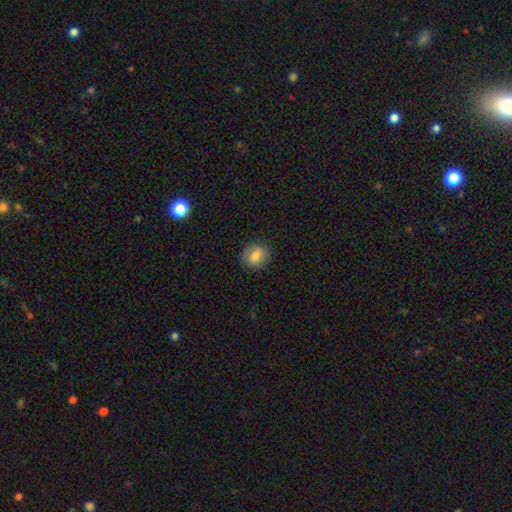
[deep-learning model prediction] smooth_or_featured: smooth (p=0.70) [alt: featured or disk p=0.21]
how_rounded: round (p=0.68) [alt: in between p=0.31]
merging: none (p=0.82) [alt: minor disturbance p=0.13]